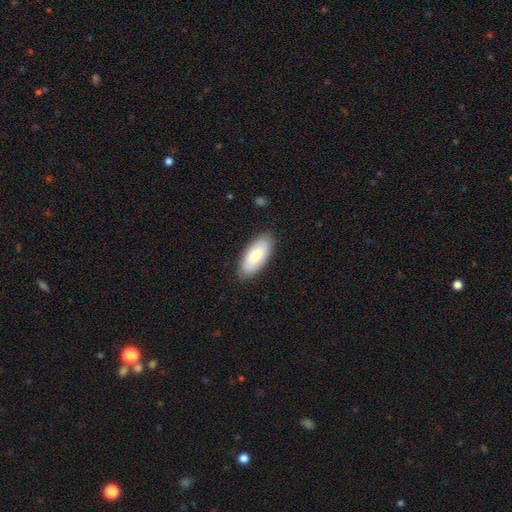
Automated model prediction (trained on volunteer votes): Smooth or featured: smooth — 76% (featured or disk — 18%)
How rounded: in between — 88% (cigar-shaped — 10%)
Merging: none — 87% (minor disturbance — 10%)